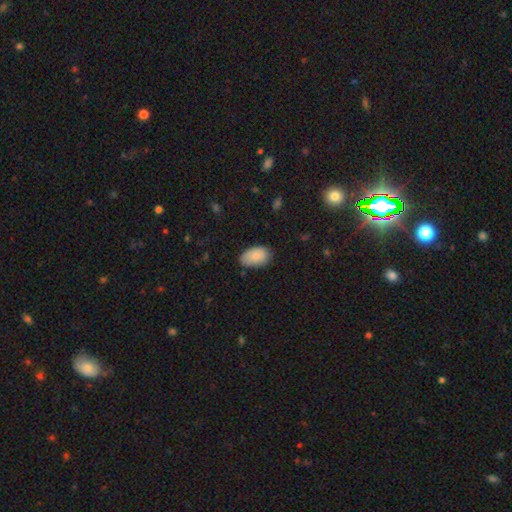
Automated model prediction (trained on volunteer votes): Smooth or featured? smooth (84%)
How rounded? in between (93%)
Merging? none (77%)